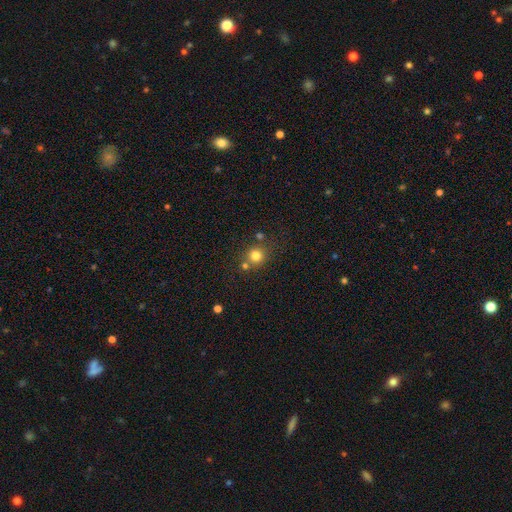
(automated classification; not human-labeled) Overall: smooth (78%). How rounded: round (90%). Merging: none (70%).